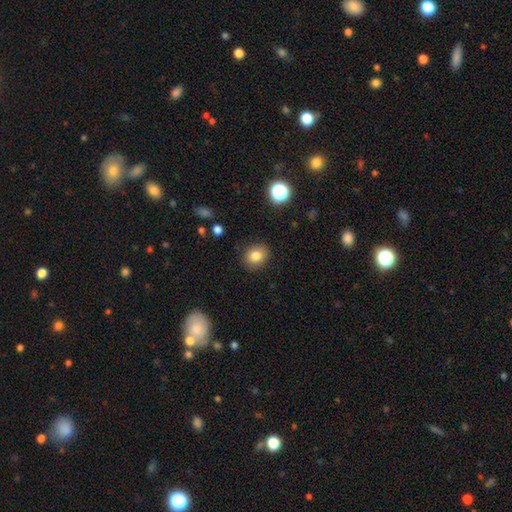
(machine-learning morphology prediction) This appears to be a smooth galaxy with no disk features (82%) that is round (64%). Merging: none (88%).